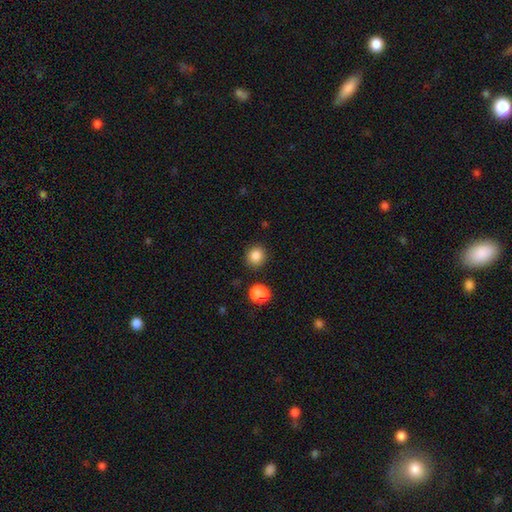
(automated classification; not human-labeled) Morphology: type=smooth (85%); roundness=round (86%); merging=none (85%).